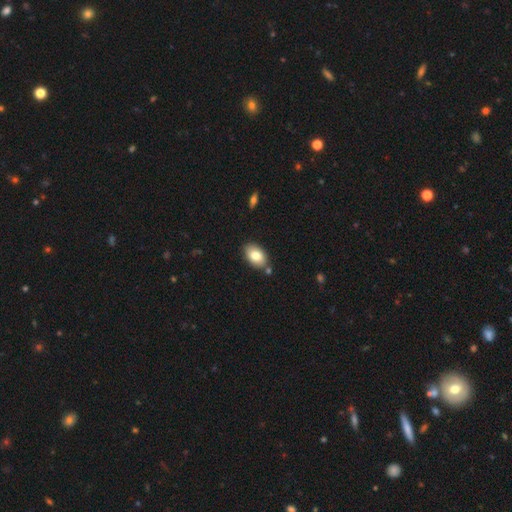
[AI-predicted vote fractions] A smooth galaxy with no disk features (80%) that is in between round and cigar-shaped (90%).

Vote fractions:
- Smooth or featured? smooth: 80% / featured or disk: 12% / star or artifact: 7%
- How rounded? in between: 90% / round: 8% / cigar-shaped: 1%
- Merging? none: 79% / minor disturbance: 12% / merger: 7% / major disturbance: 2%